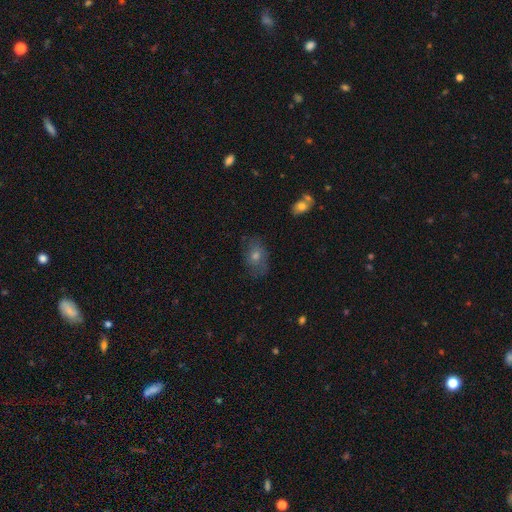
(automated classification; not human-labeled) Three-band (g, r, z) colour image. It shows a smooth galaxy with no disk features (47%). Merging: none (70%).